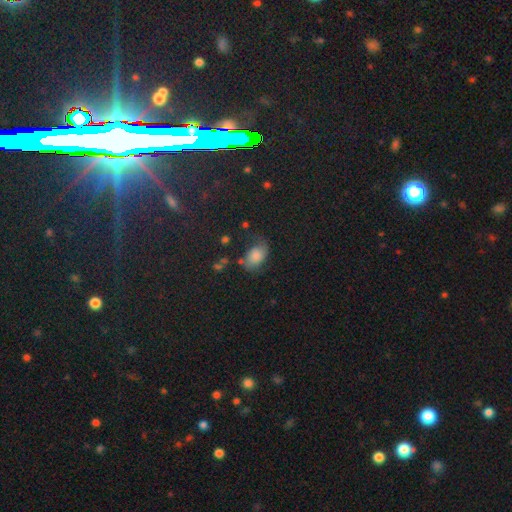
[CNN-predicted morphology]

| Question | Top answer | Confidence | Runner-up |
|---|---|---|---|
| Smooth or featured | smooth | 68% | featured or disk (19%) |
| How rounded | in between | 82% | round (16%) |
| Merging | none | 48% | minor disturbance (30%) |